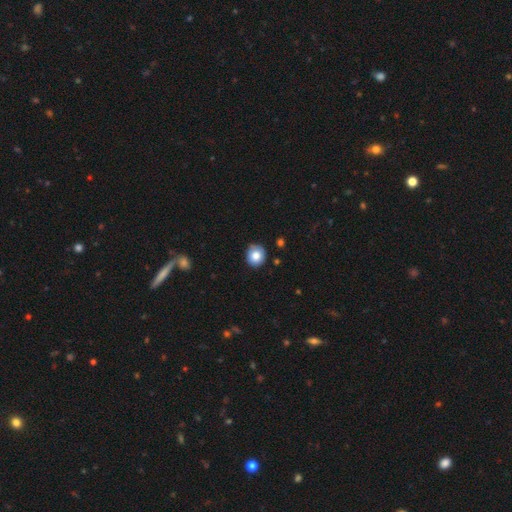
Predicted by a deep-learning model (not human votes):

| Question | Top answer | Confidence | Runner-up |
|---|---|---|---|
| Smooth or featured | smooth | 83% | star or artifact (9%) |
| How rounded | round | 84% | in between (15%) |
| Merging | none | 83% | minor disturbance (13%) |